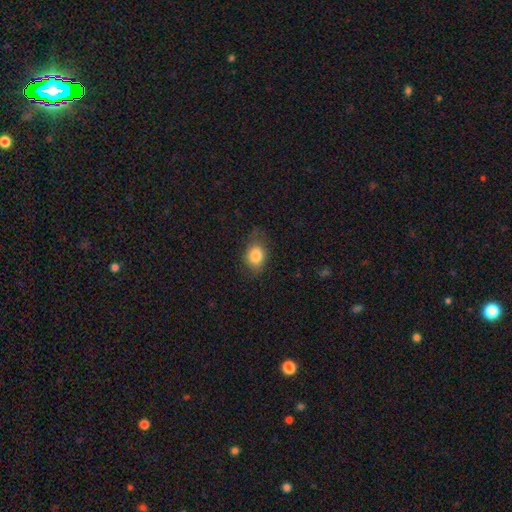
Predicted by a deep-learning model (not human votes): A smooth galaxy with no disk features (82%) that is in between round and cigar-shaped (57%). Merging: none (67%).